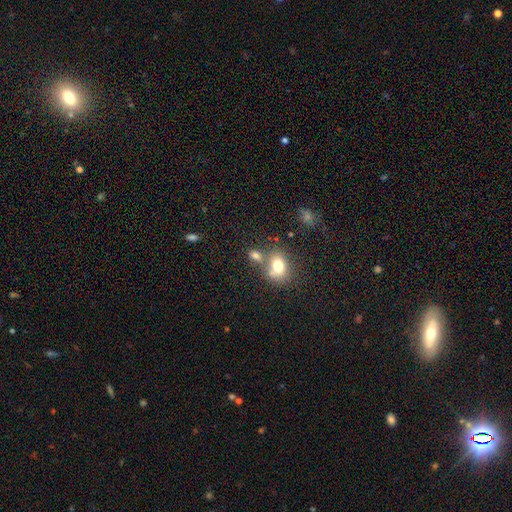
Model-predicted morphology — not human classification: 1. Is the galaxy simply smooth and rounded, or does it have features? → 75% smooth, 13% star or artifact, 12% featured or disk.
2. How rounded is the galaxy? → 64% in between, 33% round, 2% cigar-shaped.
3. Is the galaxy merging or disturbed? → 46% none, 37% merger, 11% minor disturbance, 5% major disturbance.